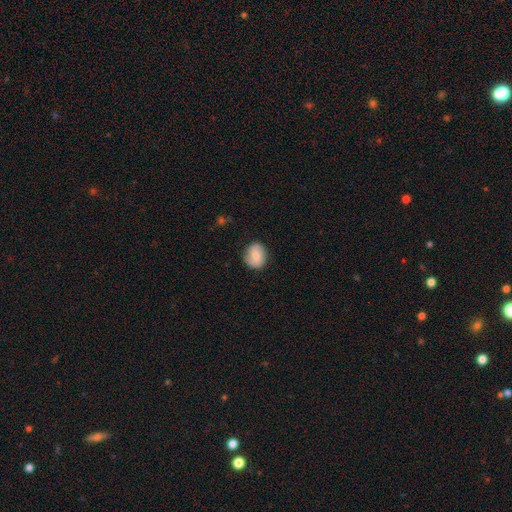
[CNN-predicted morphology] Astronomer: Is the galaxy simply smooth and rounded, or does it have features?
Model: smooth — 63%.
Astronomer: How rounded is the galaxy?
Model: round — 66%.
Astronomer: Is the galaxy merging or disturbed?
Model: none — 82%.